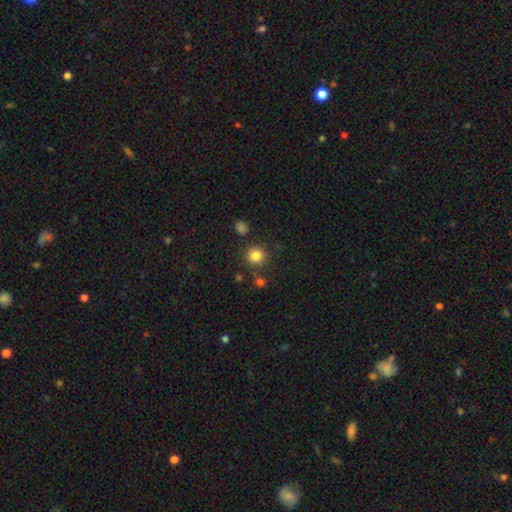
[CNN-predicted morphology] type=smooth (83%); roundness=round (93%); merging=none (82%).